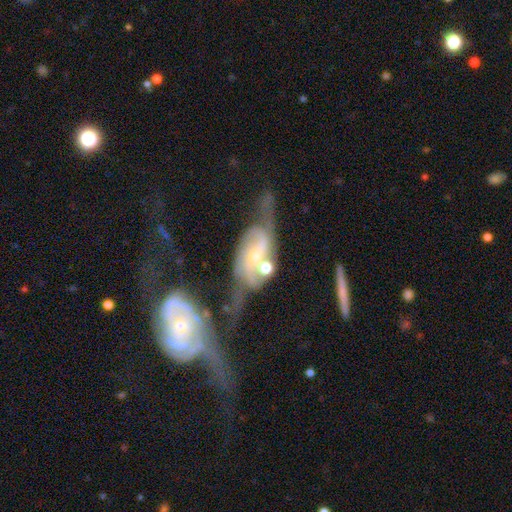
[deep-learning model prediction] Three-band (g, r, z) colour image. It shows a featured or disk galaxy (81%) with no bar (42%), 2 (81%) medium (39%, tied with loose) spiral arms (90%) and a small central bulge (56%). Merging: merger (38%).